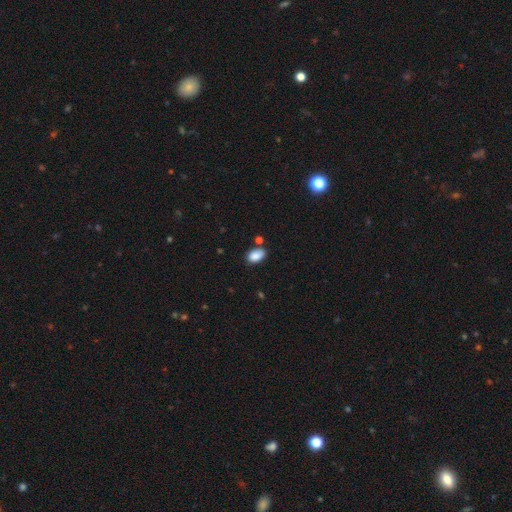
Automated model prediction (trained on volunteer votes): smooth-or-featured: smooth: 87% | star or artifact: 8% | featured or disk: 5%
  how-rounded: in between: 91% | round: 8% | cigar-shaped: 1%
  merging: none: 72% | minor disturbance: 16% | merger: 8% | major disturbance: 4%